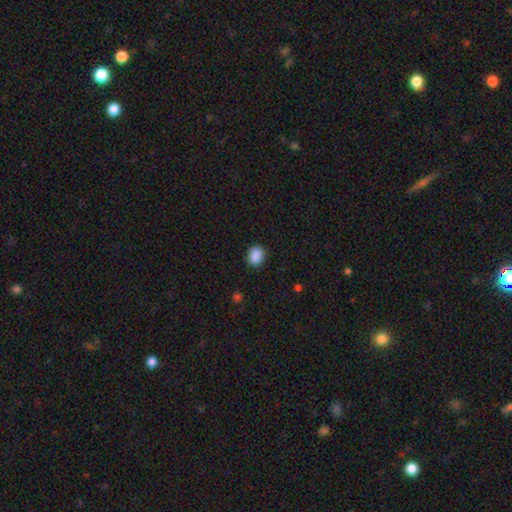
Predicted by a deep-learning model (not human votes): Smooth or featured? smooth (89%)
How rounded? in between (52%)
Merging? none (87%)